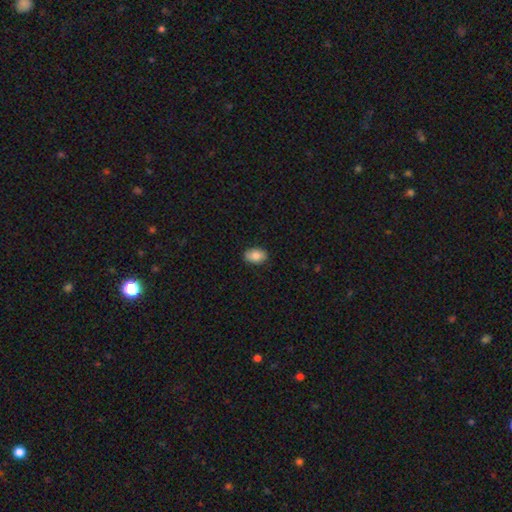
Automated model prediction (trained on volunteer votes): A smooth galaxy with no disk features (83%) that is in between round and cigar-shaped (86%). Merging: none (88%).